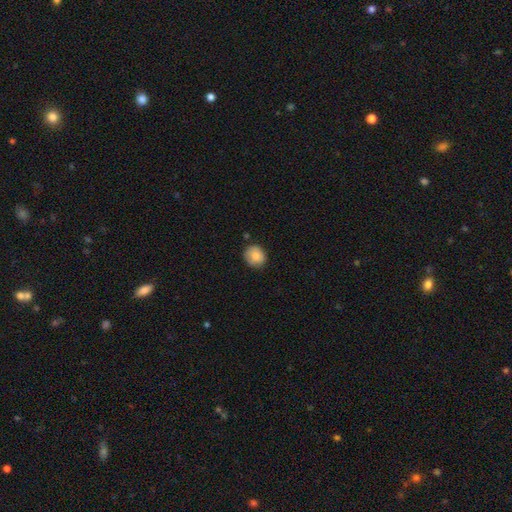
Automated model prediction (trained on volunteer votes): Q: Smooth or featured?
A: smooth (82%); runner-up: featured or disk (10%)
Q: How rounded?
A: round (79%); runner-up: in between (20%)
Q: Merging?
A: none (77%); runner-up: minor disturbance (18%)